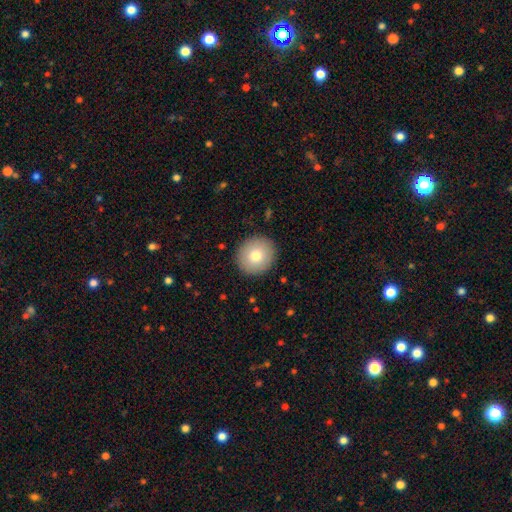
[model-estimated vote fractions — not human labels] This is likely a smooth galaxy (78%). How rounded: clearly round (90%). Merging: clearly none (91%).